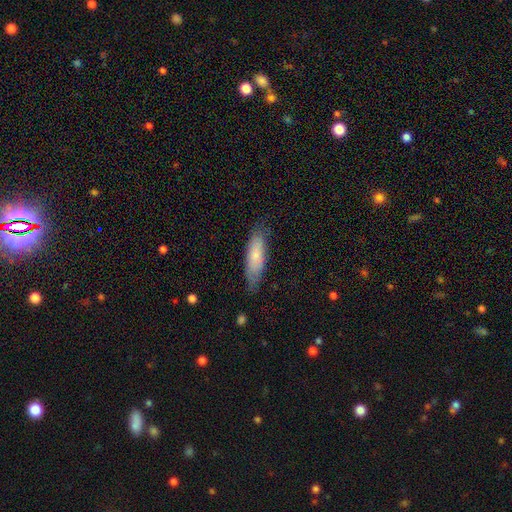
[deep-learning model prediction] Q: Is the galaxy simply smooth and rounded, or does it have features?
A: smooth — 73%.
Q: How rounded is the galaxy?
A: cigar-shaped — 52%.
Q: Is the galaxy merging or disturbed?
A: none — 72%.